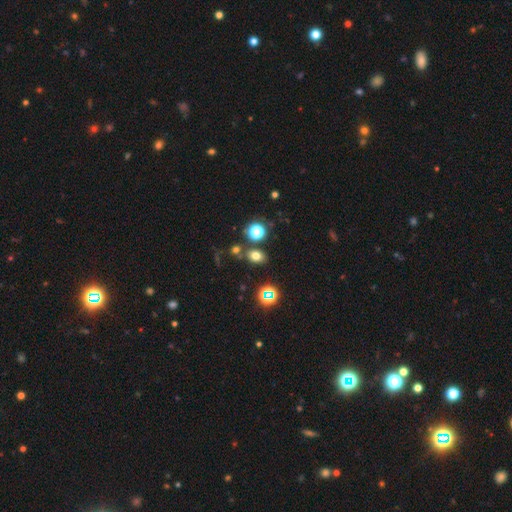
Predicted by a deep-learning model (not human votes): smooth 67%, star or artifact 23%, featured or disk 10%. Down the decision tree: how rounded — in between (60%); merging — none (74%).